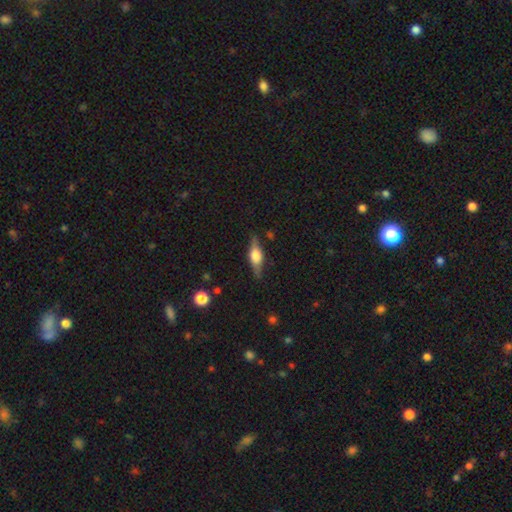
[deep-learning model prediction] Q: Smooth or featured?
A: featured or disk (61%); runner-up: smooth (32%)
Q: Edge-on disk?
A: yes (94%); runner-up: no (6%)
Q: Edge-on bulge?
A: rounded (88%); runner-up: boxy (10%)
Q: Merging?
A: none (82%); runner-up: minor disturbance (13%)